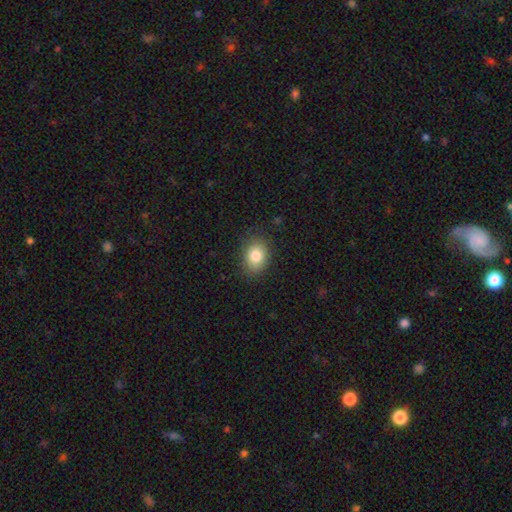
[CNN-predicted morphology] smooth-or-featured: smooth: 82% | star or artifact: 10% | featured or disk: 9%
  how-rounded: in between: 65% | round: 34% | cigar-shaped: 1%
  merging: none: 85% | minor disturbance: 11% | major disturbance: 3% | merger: 1%